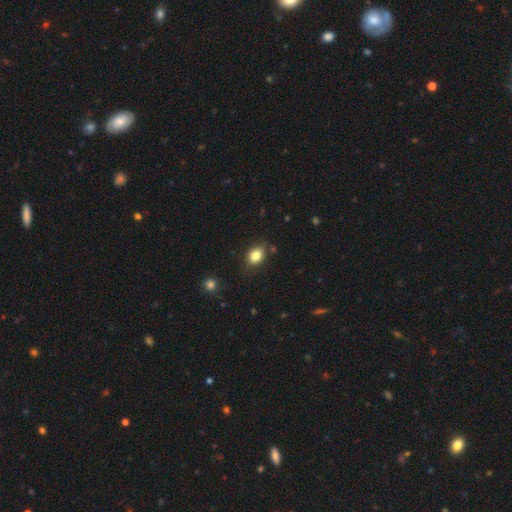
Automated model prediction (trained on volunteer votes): Smooth or featured?
  - smooth: 83% *
  - star or artifact: 10%
  - featured or disk: 7%
How rounded?
  - in between: 62% *
  - round: 36%
  - cigar-shaped: 1%
Merging?
  - none: 80% *
  - minor disturbance: 14%
  - major disturbance: 3%
  - merger: 3%